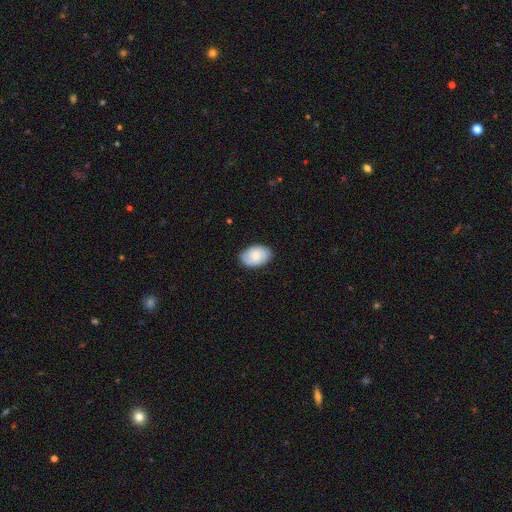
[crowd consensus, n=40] A smooth galaxy with no disk features (70%) that is in between round and cigar-shaped (89%).

Vote fractions:
- Smooth or featured? smooth: 70% / featured or disk: 28% / star or artifact: 2%
- How rounded? in between: 89% / round: 11% / cigar-shaped: 0%
- Merging? none: 92% / minor disturbance: 8% / major disturbance: 0% / merger: 0%